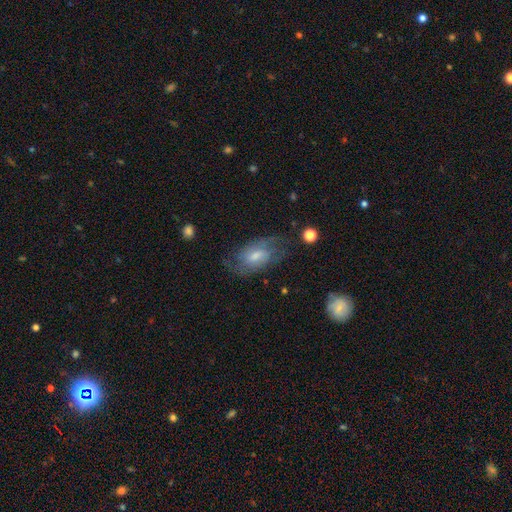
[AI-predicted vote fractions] Overall: featured or disk (67%). Edge-on disk: no (95%). Bar: no (47%; weak 45%). Spiral arms: yes (88%). Spiral arm count: 2 (56%; can't tell 28%). Spiral winding: medium (45%; tight 37%). Bulge size: moderate (50%; small 35%). Merging: none (68%).